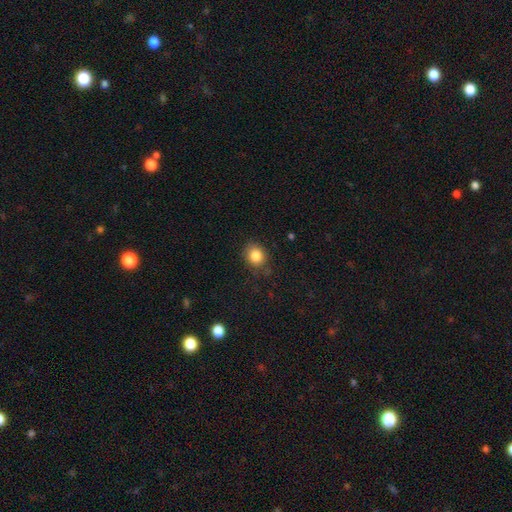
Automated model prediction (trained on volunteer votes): A smooth galaxy with no disk features (84%) that is round (67%). Merging: none (81%).